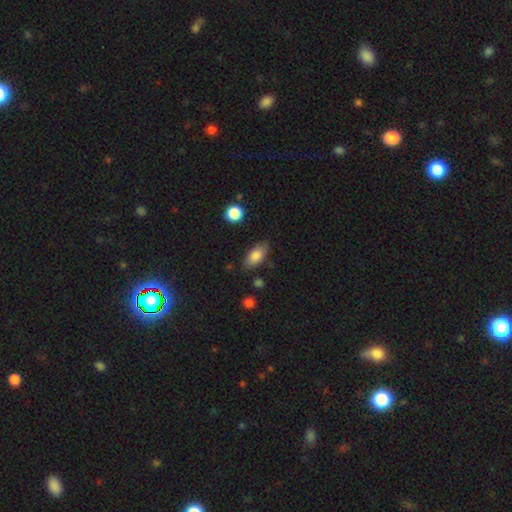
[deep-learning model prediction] Smooth or featured? smooth (82%)
How rounded? in between (89%)
Merging? none (79%)